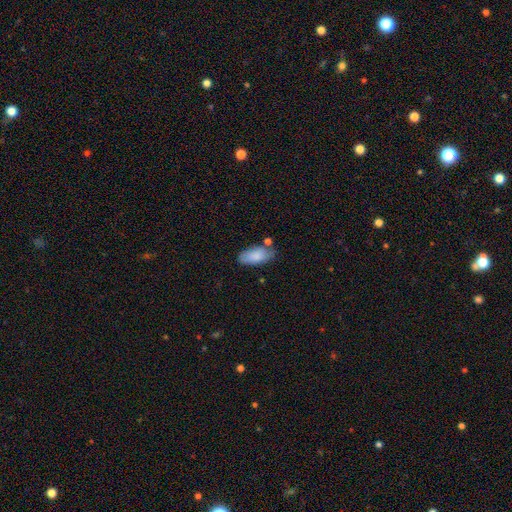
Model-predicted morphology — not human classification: This appears to be a smooth galaxy with no disk features (84%) that is in between round and cigar-shaped (90%). Merging: none (65%).